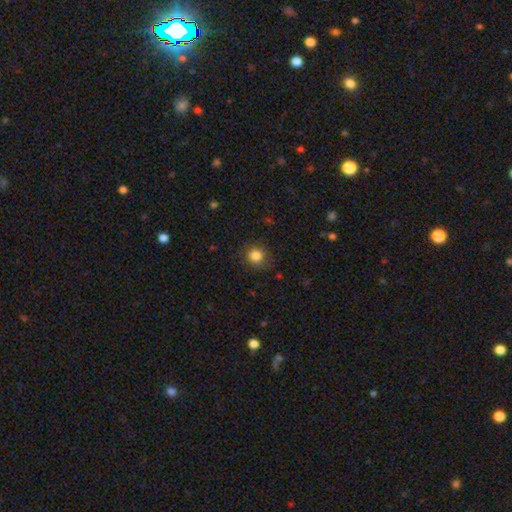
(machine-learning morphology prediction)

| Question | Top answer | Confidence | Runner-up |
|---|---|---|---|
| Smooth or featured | smooth | 84% | star or artifact (11%) |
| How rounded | round | 90% | in between (9%) |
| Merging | none | 87% | minor disturbance (9%) |